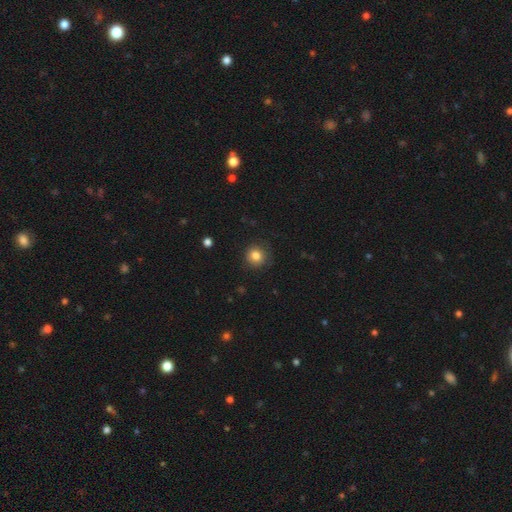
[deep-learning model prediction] This appears to be a smooth galaxy with no disk features (82%) that is round (91%). Merging: none (85%).